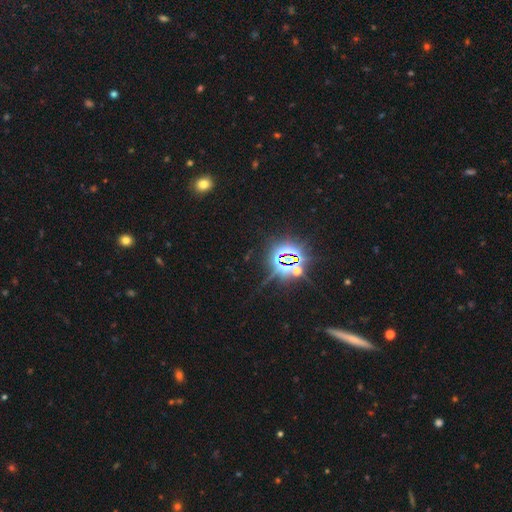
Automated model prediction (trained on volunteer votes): A star or artifact, not a galaxy (77%).